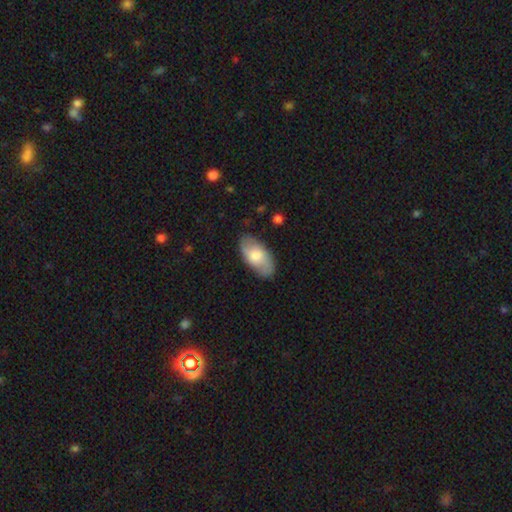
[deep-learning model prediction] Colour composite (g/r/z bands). It shows a smooth galaxy with no disk features (66%) that is in between round and cigar-shaped (94%). Merging: none (83%).